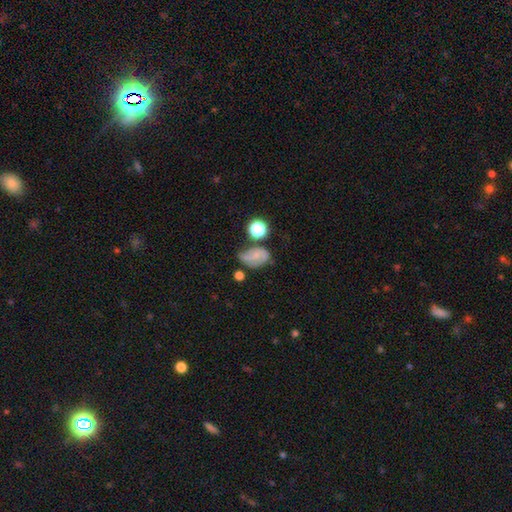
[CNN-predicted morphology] Smooth or featured? Predicted: smooth (p=0.44). Merging? Predicted: none (p=0.40).